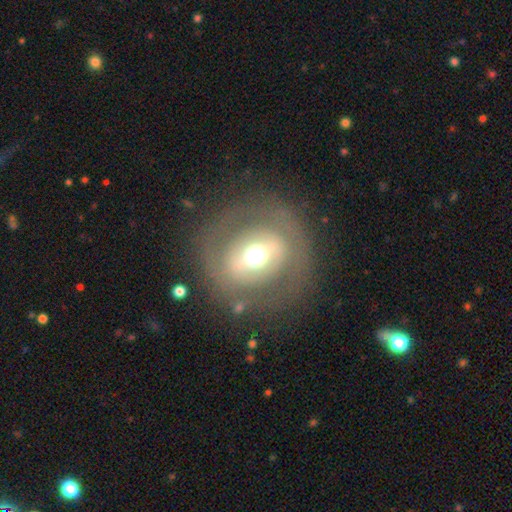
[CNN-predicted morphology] This appears to be a featured or disk galaxy (54%). Merging: none (76%).